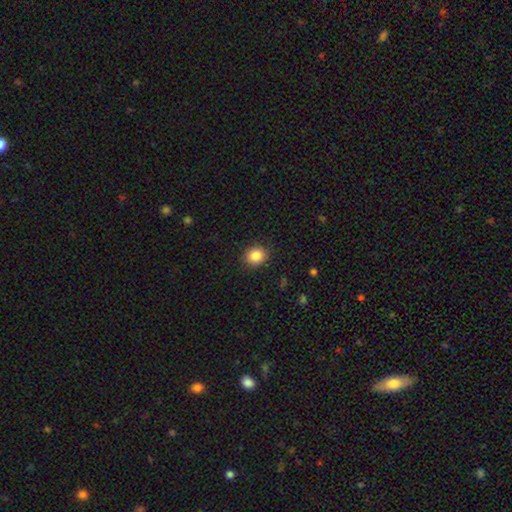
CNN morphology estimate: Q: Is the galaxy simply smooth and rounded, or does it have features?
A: smooth — 86%.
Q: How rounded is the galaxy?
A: round — 72%.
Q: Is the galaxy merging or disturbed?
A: none — 89%.